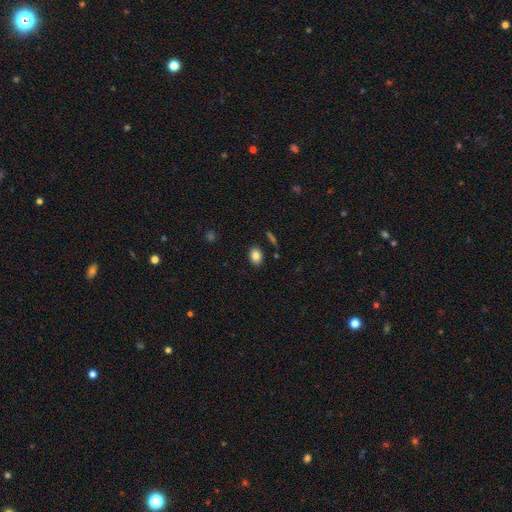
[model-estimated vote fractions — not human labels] Smooth or featured? Predicted: smooth (p=0.84). How rounded? Predicted: in between (p=0.73). Merging? Predicted: none (p=0.86).